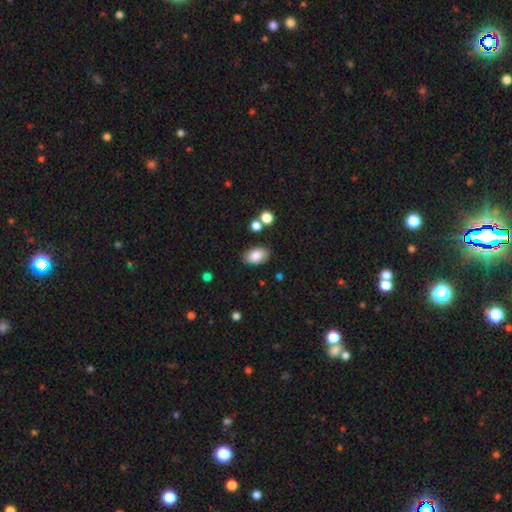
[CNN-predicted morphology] Overall: smooth (83%). How rounded: in between (90%). Merging: none (80%).